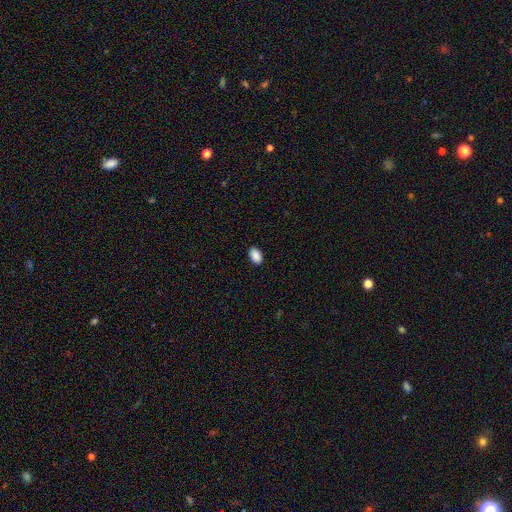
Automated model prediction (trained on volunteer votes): Morphology: type=smooth (90%); roundness=in between (90%); merging=none (89%).